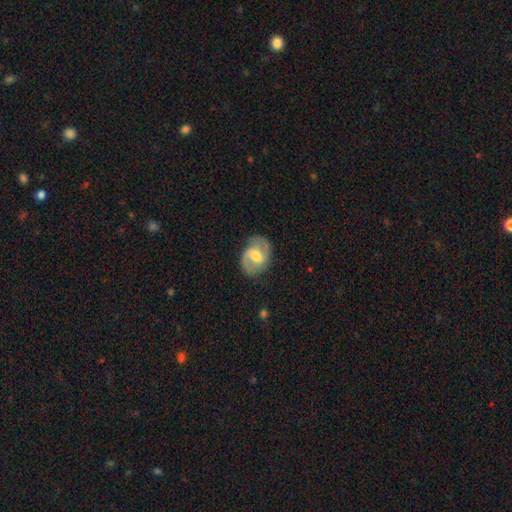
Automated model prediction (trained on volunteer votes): The model was most divided on "spiral winding": medium: 52%, tight: 28%, loose: 20%. More confident: edge-on disk — no (97%); spiral arms — yes (88%); spiral arm count — 2 (87%); merging — none (76%); smooth or featured — featured or disk (74%); bulge size — moderate (63%); bar — weak (52%).